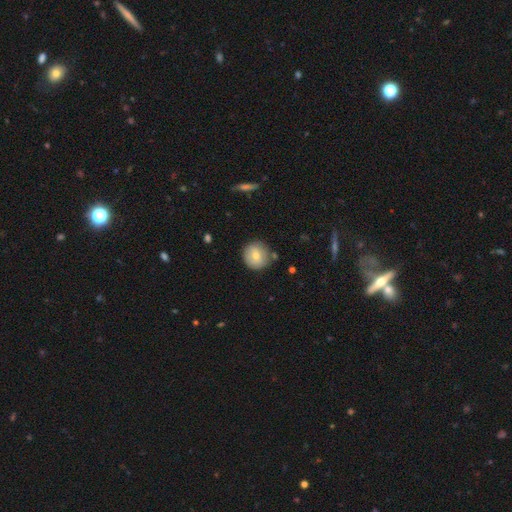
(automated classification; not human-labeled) This is likely a smooth galaxy (73%). How rounded: clearly round (93%). Merging: clearly none (81%).